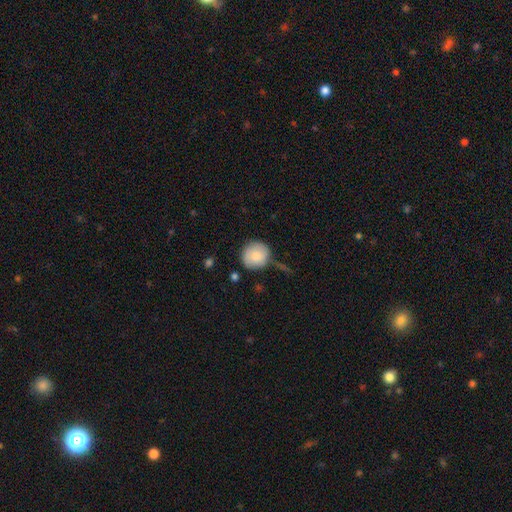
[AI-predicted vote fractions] Smooth or featured?
  - smooth: 80% *
  - featured or disk: 13%
  - star or artifact: 7%
How rounded?
  - round: 89% *
  - in between: 10%
  - cigar-shaped: 1%
Merging?
  - none: 69% *
  - minor disturbance: 20%
  - merger: 6%
  - major disturbance: 5%